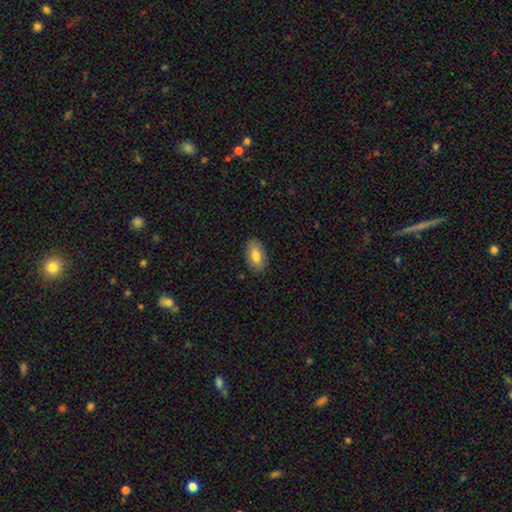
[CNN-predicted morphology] Q: Smooth or featured?
A: smooth (80%); runner-up: featured or disk (14%)
Q: How rounded?
A: in between (93%); runner-up: round (5%)
Q: Merging?
A: none (86%); runner-up: minor disturbance (10%)